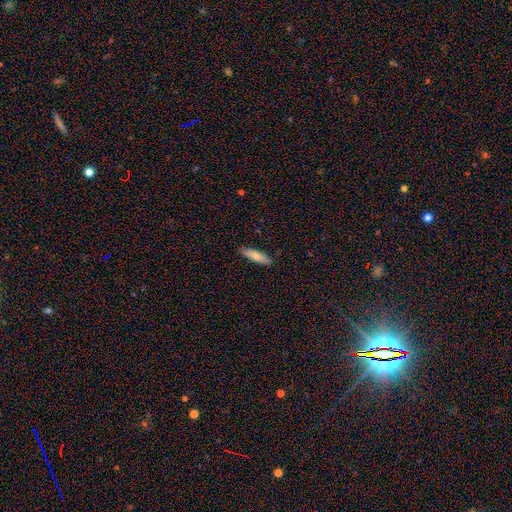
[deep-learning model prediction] Smooth or featured?
  - smooth: 68% *
  - featured or disk: 26%
  - star or artifact: 6%
How rounded?
  - cigar-shaped: 65% *
  - in between: 33%
  - round: 2%
Merging?
  - none: 88% *
  - minor disturbance: 9%
  - major disturbance: 2%
  - merger: 1%